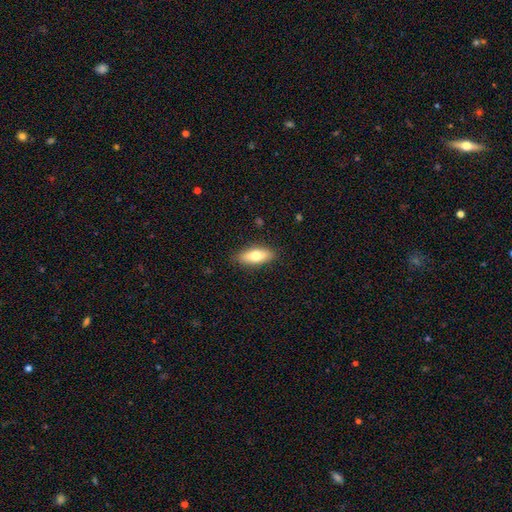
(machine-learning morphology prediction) smooth 72%, featured or disk 22%, star or artifact 7%. Down the decision tree: how rounded — in between (75%); merging — none (86%).